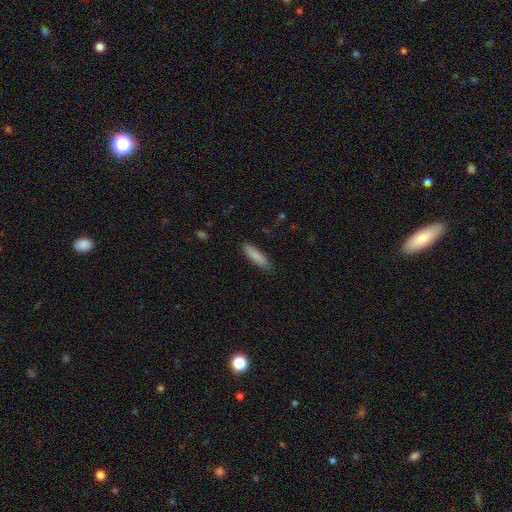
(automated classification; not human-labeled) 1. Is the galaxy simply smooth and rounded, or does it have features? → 87% smooth, 7% featured or disk, 6% star or artifact.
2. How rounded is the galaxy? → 67% cigar-shaped, 32% in between, 1% round.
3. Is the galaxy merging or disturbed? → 85% none, 11% minor disturbance, 2% major disturbance, 1% merger.